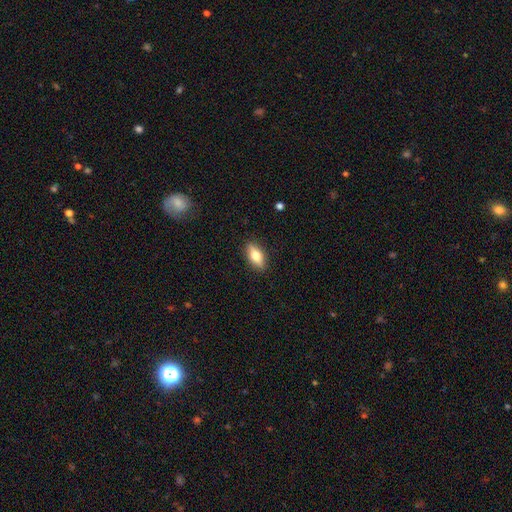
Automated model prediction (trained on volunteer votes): Morphology: type=smooth (68%); roundness=in between (79%); merging=none (88%).